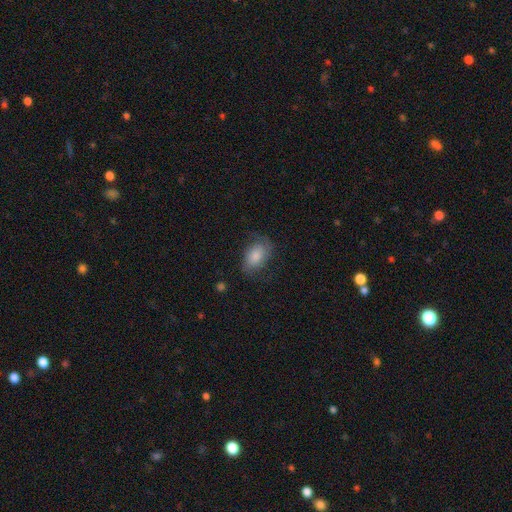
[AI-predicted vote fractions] Smooth or featured?
  - smooth: 52% *
  - featured or disk: 40%
  - star or artifact: 8%
How rounded?
  - in between: 80% *
  - round: 18%
  - cigar-shaped: 1%
Merging?
  - none: 57% *
  - minor disturbance: 25%
  - major disturbance: 16%
  - merger: 1%